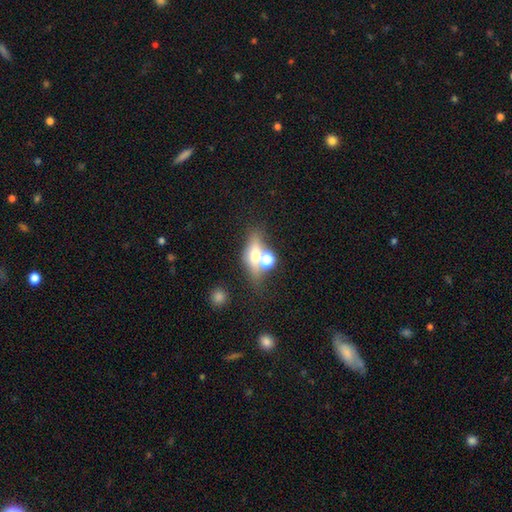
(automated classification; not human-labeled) This appears to be a smooth galaxy with no disk features (51%) that is in between round and cigar-shaped (57%). Merging: none (46%).